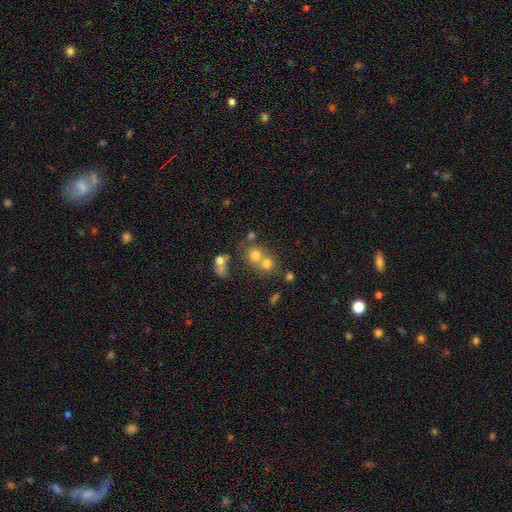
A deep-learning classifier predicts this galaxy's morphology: Smooth or featured: smooth — 67% (star or artifact — 17%)
How rounded: round — 81% (in between — 18%)
Merging: merger — 51% (none — 38%)